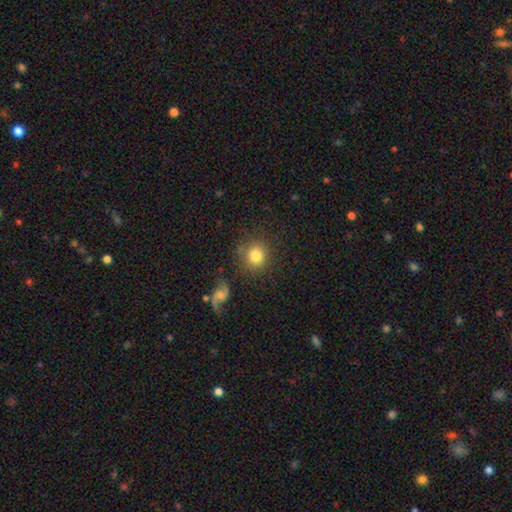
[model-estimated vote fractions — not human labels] Smooth or featured? Predicted: smooth (p=0.80). How rounded? Predicted: round (p=0.88). Merging? Predicted: none (p=0.79).